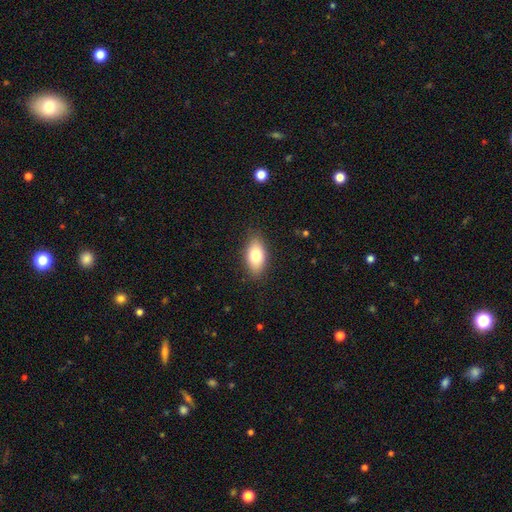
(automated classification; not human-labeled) Overall: smooth (78%). How rounded: in between (90%). Merging: none (86%).